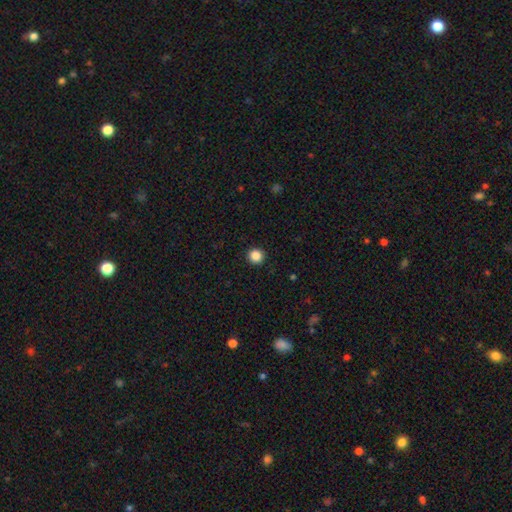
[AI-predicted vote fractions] Smooth or featured: smooth — 87% (star or artifact — 10%)
How rounded: round — 95% (in between — 4%)
Merging: none — 93% (minor disturbance — 5%)